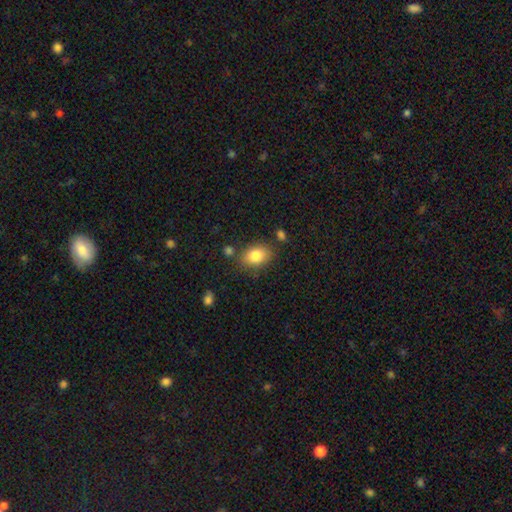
Smooth or featured: smooth — 85% (featured or disk — 8%)
How rounded: in between — 73% (round — 27%)
Merging: none — 83% (minor disturbance — 11%)